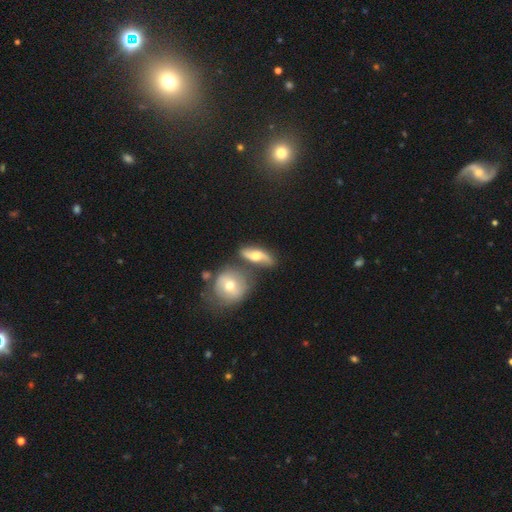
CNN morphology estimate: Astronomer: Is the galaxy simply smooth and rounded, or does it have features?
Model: featured or disk — 58% (runner-up: smooth, 34%).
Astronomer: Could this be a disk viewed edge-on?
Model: no — 78%.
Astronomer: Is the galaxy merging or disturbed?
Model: none — 59%.